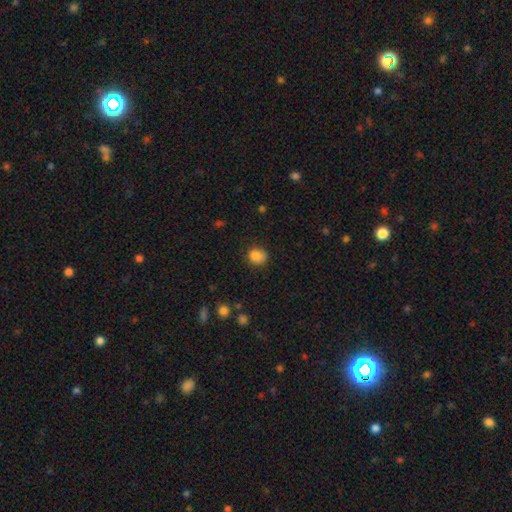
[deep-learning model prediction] This appears to be a smooth galaxy with no disk features (82%) that is round (71%). Merging: none (69%).